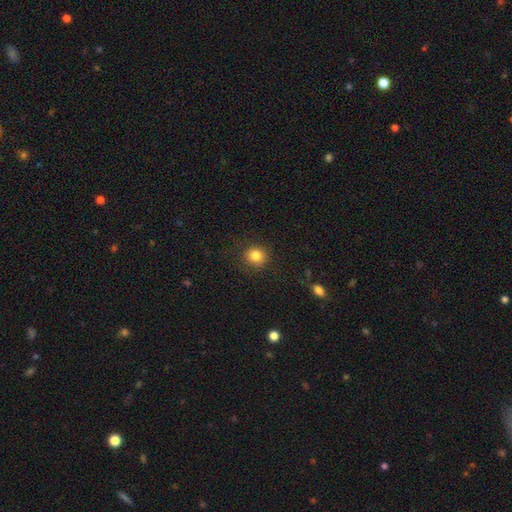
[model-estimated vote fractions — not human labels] Overall: smooth (83%). How rounded: round (90%). Merging: none (87%).